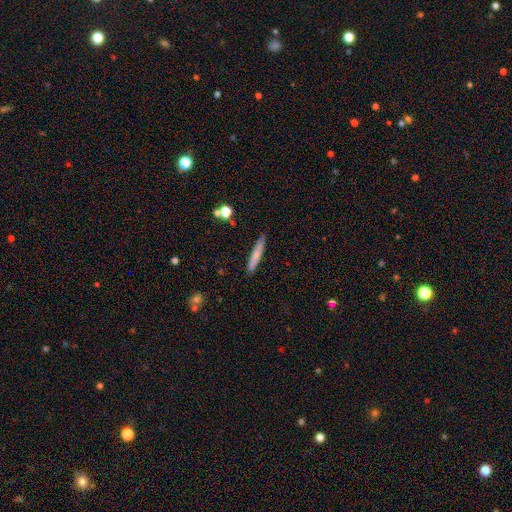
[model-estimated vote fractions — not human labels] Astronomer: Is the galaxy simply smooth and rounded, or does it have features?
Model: smooth — 70%.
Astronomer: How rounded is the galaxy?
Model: cigar-shaped — 93%.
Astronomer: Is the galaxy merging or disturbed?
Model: none — 86%.